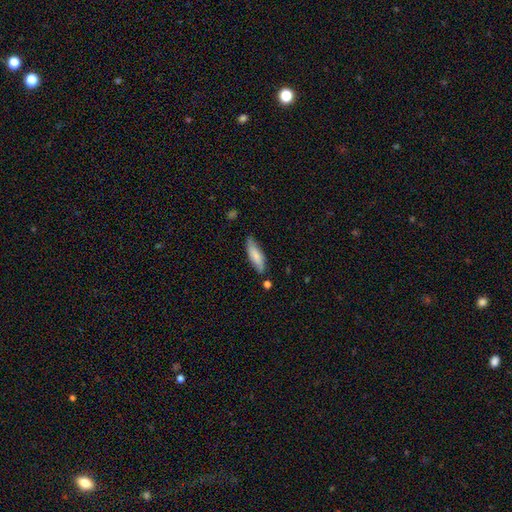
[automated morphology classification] smooth 72%, featured or disk 22%, star or artifact 6%. Down the decision tree: how rounded — in between (50%); merging — none (72%).